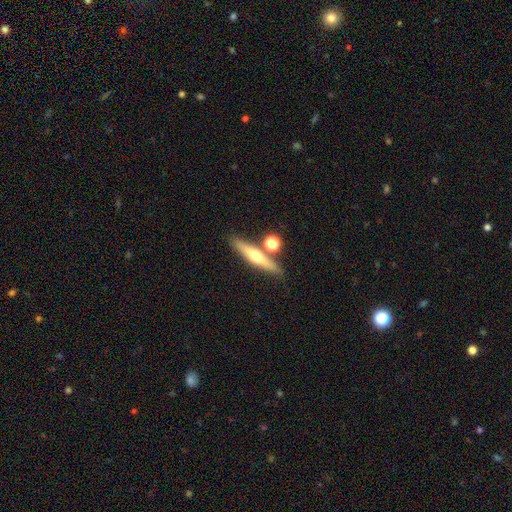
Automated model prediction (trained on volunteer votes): Smooth or featured: featured or disk — 51% (smooth — 42%)
Edge-on disk: yes — 92% (no — 8%)
Merging: none — 74% (merger — 14%)